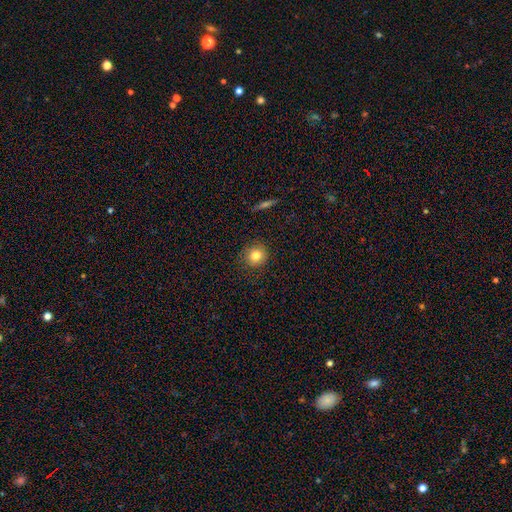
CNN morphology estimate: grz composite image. It shows a smooth galaxy with no disk features (81%) that is round (91%). Merging: none (88%).